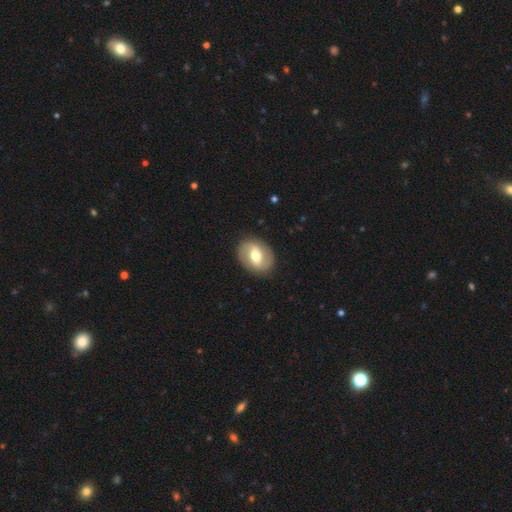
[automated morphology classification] The model was most divided on "bar": weak: 43%, strong: 34%, no: 22%. More confident: edge-on disk — no (95%); merging — none (86%); bulge size — moderate (68%); spiral arms — yes (67%); smooth or featured — featured or disk (61%).